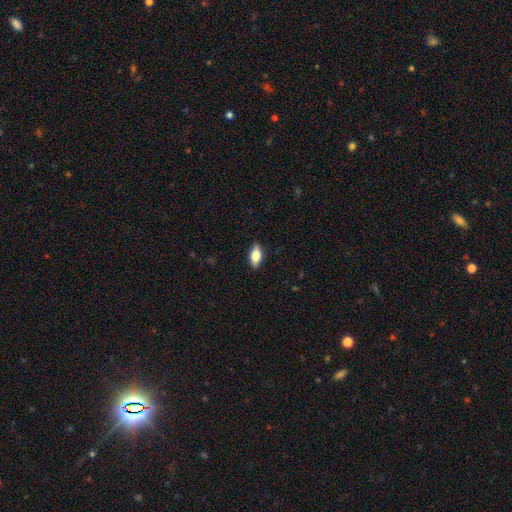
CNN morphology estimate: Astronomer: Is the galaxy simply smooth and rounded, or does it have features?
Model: smooth — 68%.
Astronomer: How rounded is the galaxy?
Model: in between — 82%.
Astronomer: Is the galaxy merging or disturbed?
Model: none — 88%.